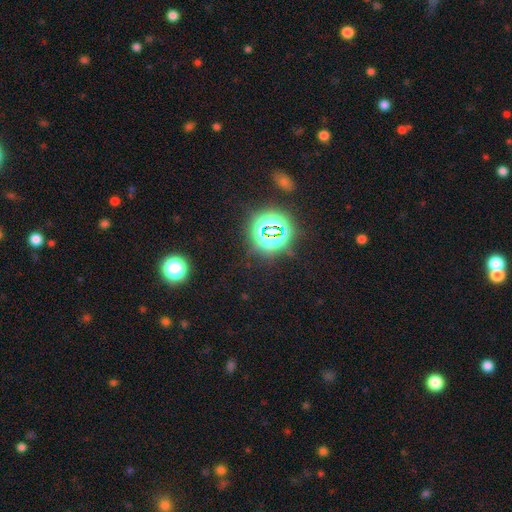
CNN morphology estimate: Q: Smooth or featured?
A: star or artifact (78%); runner-up: smooth (15%)